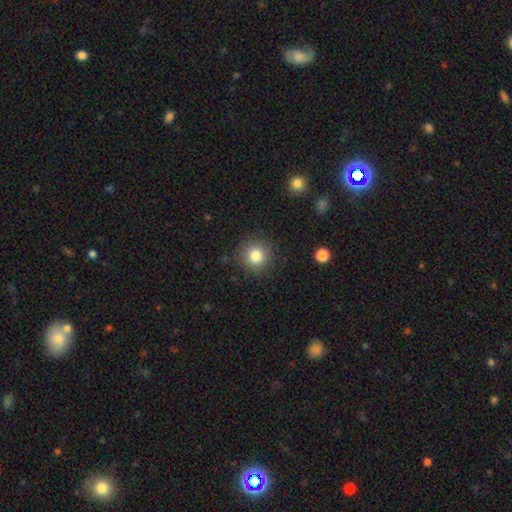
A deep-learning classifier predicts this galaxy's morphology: Overall: smooth (82%). How rounded: round (94%). Merging: none (88%).